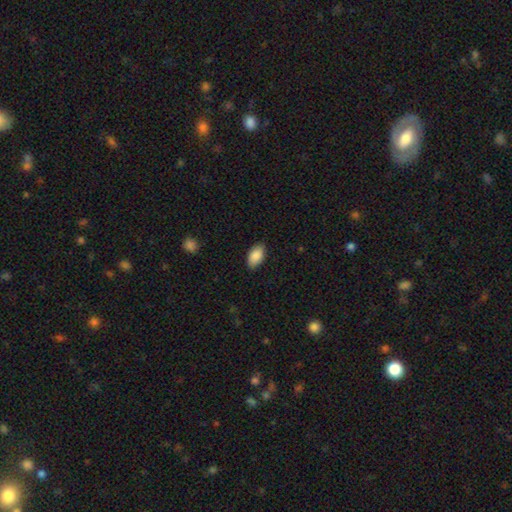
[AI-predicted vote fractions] Overall: smooth (88%). How rounded: in between (94%). Merging: none (86%).